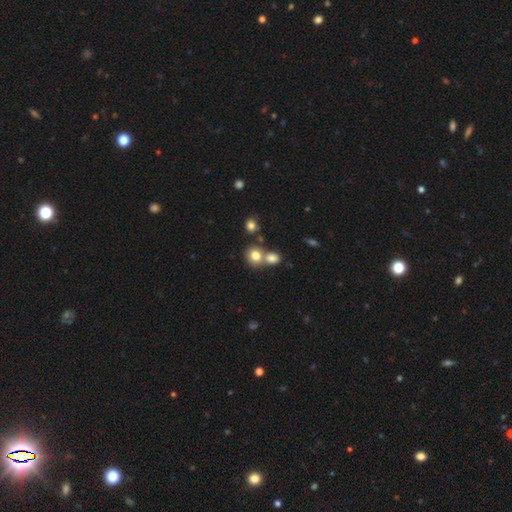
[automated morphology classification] The model was most divided on "merging": none: 48%, merger: 41%, minor disturbance: 8%, major disturbance: 3%. More confident: how rounded — round (79%); smooth or featured — smooth (78%).